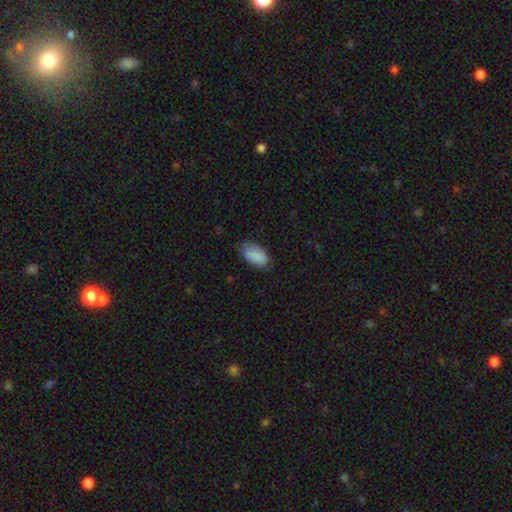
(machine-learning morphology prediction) The model was most divided on "merging": none: 66%, minor disturbance: 27%, major disturbance: 5%, merger: 1%. More confident: how rounded — in between (93%); smooth or featured — smooth (86%).